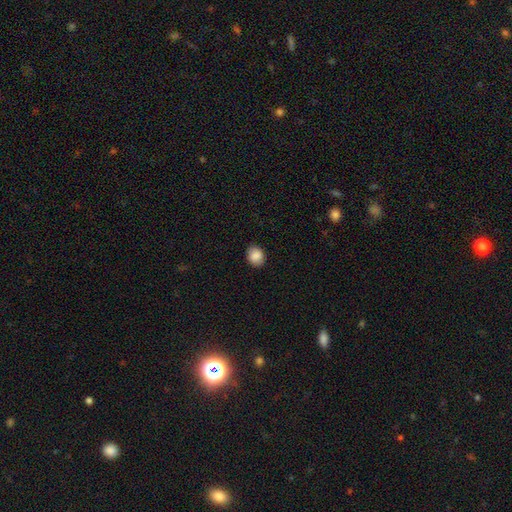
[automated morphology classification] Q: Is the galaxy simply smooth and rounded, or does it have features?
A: smooth — 88%.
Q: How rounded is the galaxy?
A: round — 55%.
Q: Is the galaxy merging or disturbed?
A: none — 88%.